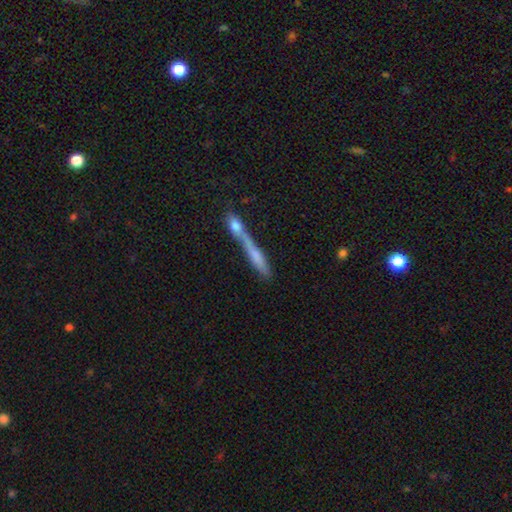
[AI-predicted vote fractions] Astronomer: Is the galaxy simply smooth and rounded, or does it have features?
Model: smooth — 61%.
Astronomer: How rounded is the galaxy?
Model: cigar-shaped — 82%.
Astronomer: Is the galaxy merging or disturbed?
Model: merger — 59%.